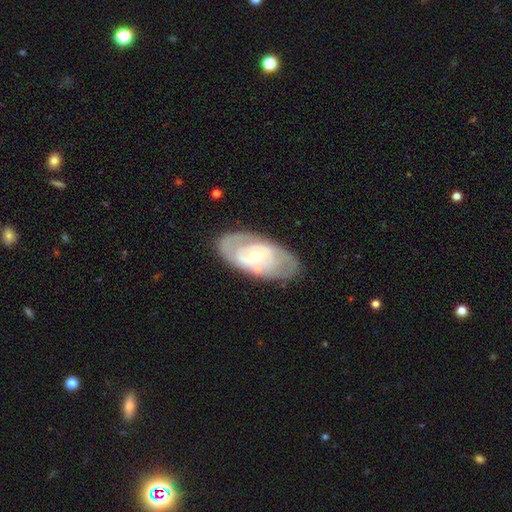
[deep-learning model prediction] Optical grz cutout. It shows a featured or disk galaxy (74%) with no bar (54%), spiral arms (65%) and a moderate central bulge (52%). Merging: none (75%).